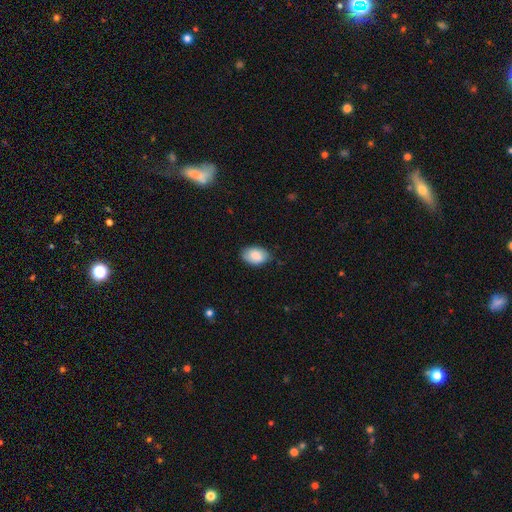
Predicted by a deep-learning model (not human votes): A smooth galaxy with no disk features (84%) that is in between round and cigar-shaped (87%).

Vote fractions:
- Smooth or featured? smooth: 84% / featured or disk: 10% / star or artifact: 7%
- How rounded? in between: 87% / round: 12% / cigar-shaped: 1%
- Merging? none: 76% / minor disturbance: 20% / major disturbance: 3% / merger: 1%